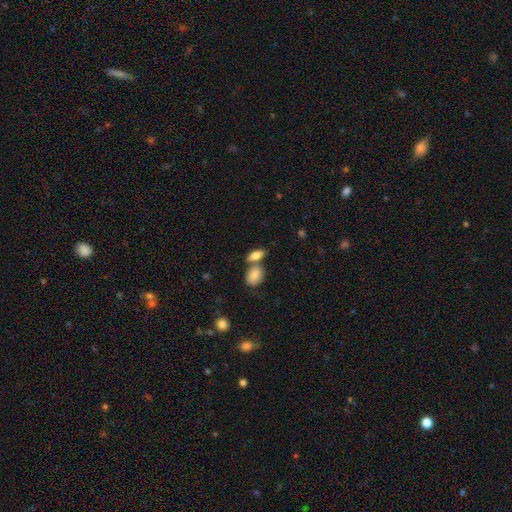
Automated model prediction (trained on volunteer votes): Morphology: type=smooth (75%); roundness=in between (77%); merging=none (50%).